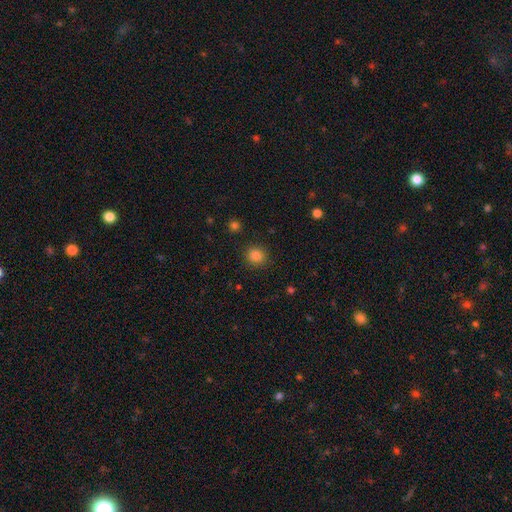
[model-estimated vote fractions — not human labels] A smooth galaxy with no disk features (84%) that is round (86%). Merging: none (90%).